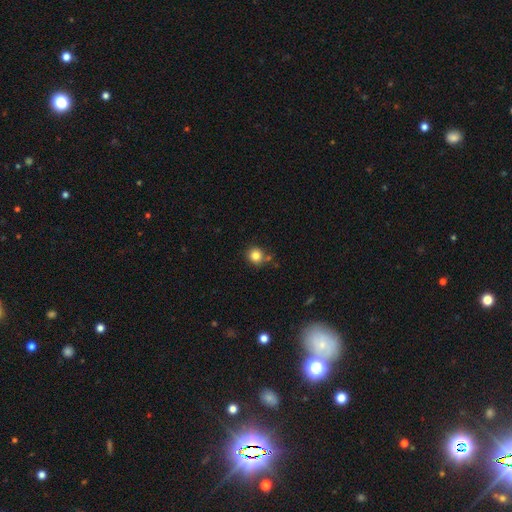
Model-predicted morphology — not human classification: Q: Smooth or featured?
A: smooth (83%); runner-up: star or artifact (11%)
Q: How rounded?
A: round (91%); runner-up: in between (8%)
Q: Merging?
A: none (78%); runner-up: minor disturbance (12%)